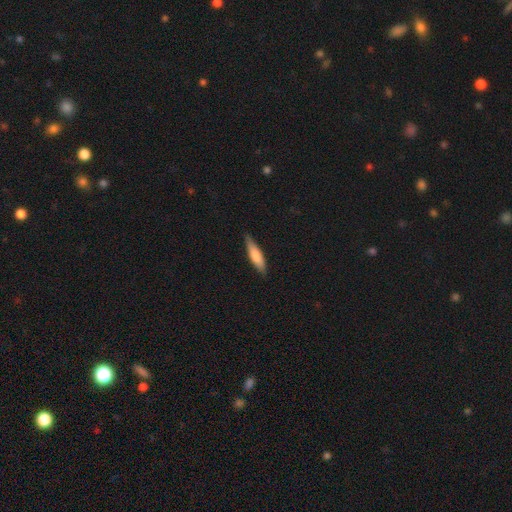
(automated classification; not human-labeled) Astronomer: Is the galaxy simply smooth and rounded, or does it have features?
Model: smooth — 76%.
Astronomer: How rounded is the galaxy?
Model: cigar-shaped — 71%.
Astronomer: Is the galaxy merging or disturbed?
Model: none — 82%.